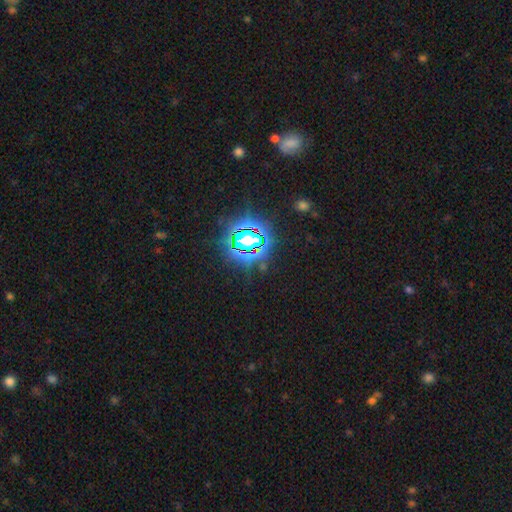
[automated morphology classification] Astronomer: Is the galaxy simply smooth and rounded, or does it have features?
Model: star or artifact — 81%.